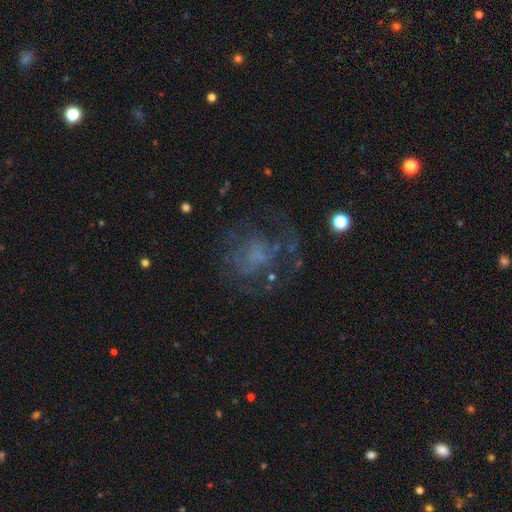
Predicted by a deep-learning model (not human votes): Smooth or featured? Predicted: featured or disk (p=0.55). Edge-on disk? Predicted: no (p=0.98). Bar? Predicted: no (p=0.81). Spiral arms? Predicted: no (p=0.53). Bulge size? Predicted: none (p=0.59). Merging? Predicted: none (p=0.52).